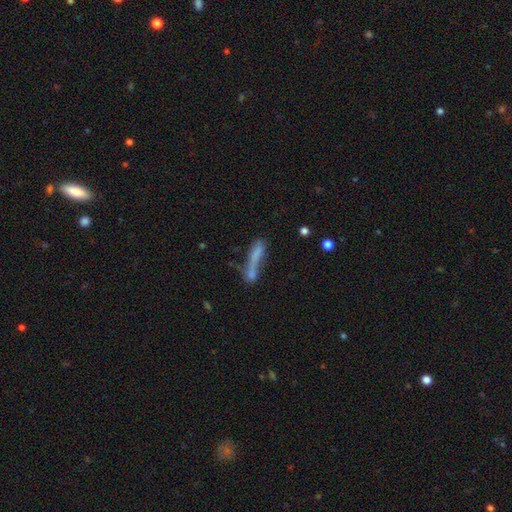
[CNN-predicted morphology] Q: Smooth or featured?
A: smooth (62%); runner-up: featured or disk (26%)
Q: How rounded?
A: cigar-shaped (78%); runner-up: in between (19%)
Q: Merging?
A: merger (36%); runner-up: none (31%)